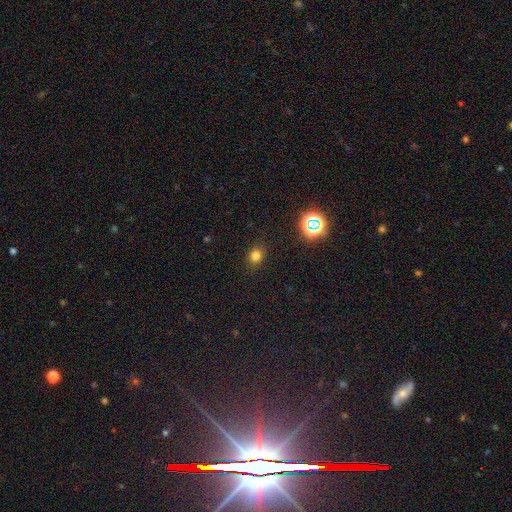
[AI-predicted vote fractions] The model was most divided on "how rounded": round: 61%, in between: 38%, cigar-shaped: 1%. More confident: merging — none (87%); smooth or featured — smooth (76%).